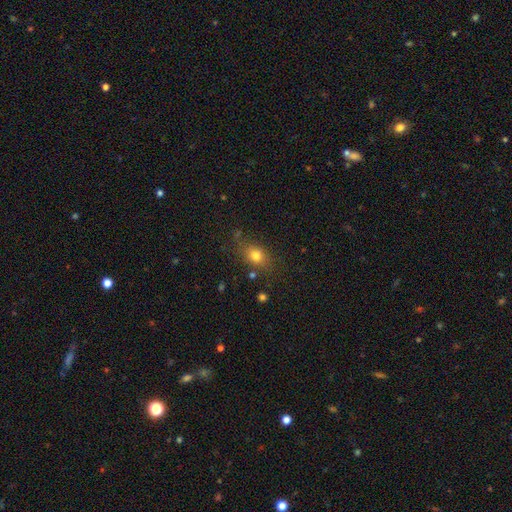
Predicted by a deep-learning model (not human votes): smooth 77%, star or artifact 13%, featured or disk 10%. Down the decision tree: how rounded — in between (57%); merging — none (76%).